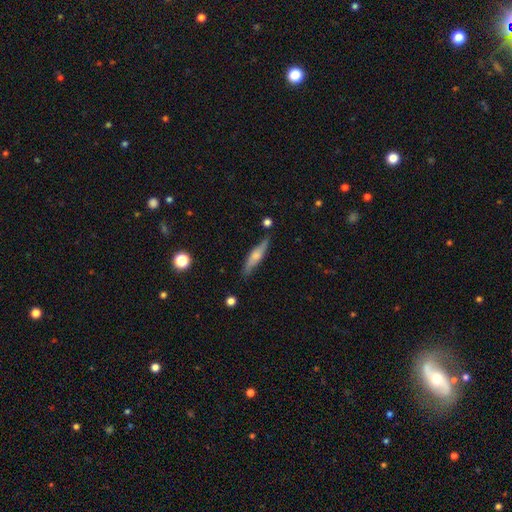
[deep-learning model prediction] The model was most divided on "smooth or featured": smooth: 48%, featured or disk: 45%, star or artifact: 7%. More confident: merging — none (79%).